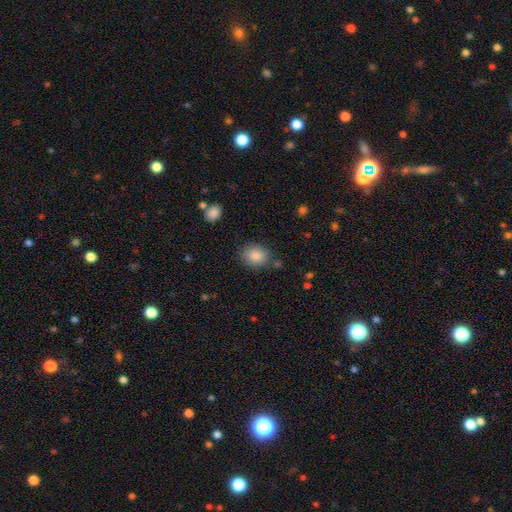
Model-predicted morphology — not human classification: smooth-or-featured: smooth: 87% | star or artifact: 8% | featured or disk: 5%
  how-rounded: in between: 55% | round: 44% | cigar-shaped: 1%
  merging: none: 80% | minor disturbance: 13% | major disturbance: 4% | merger: 4%